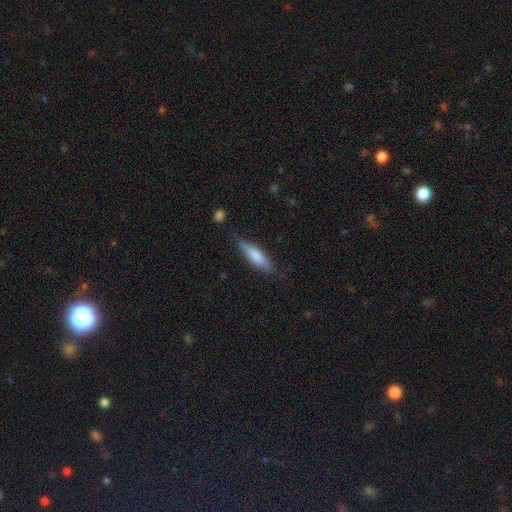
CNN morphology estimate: Overall: smooth (70%). How rounded: cigar-shaped (70%). Merging: none (78%).